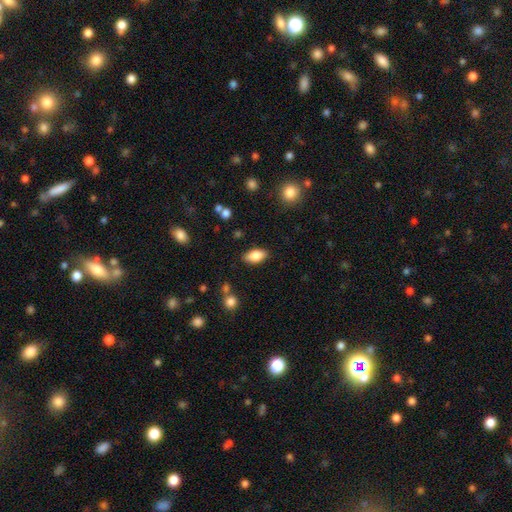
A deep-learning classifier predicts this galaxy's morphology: Smooth or featured? Predicted: smooth (p=0.82). How rounded? Predicted: in between (p=0.91). Merging? Predicted: none (p=0.85).